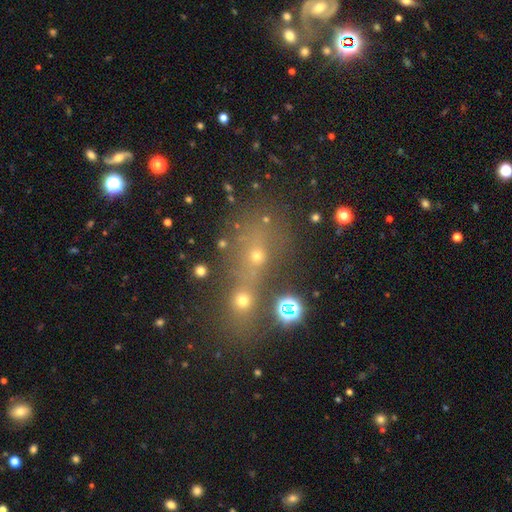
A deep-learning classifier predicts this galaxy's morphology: Smooth or featured: smooth — 46% (star or artifact — 37%)
Merging: merger — 50% (none — 34%)